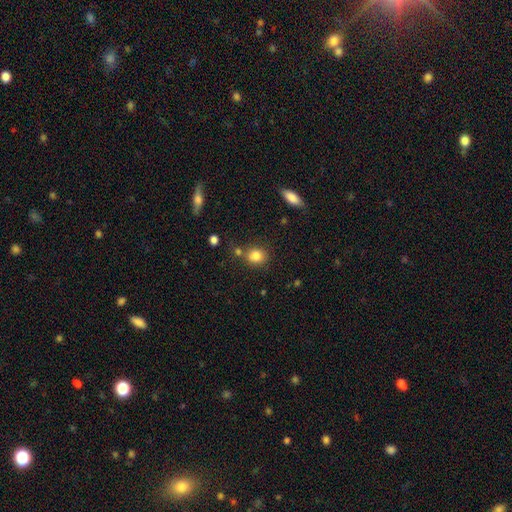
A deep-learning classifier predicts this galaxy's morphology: smooth_or_featured: smooth (p=0.83) [alt: star or artifact p=0.10]
how_rounded: round (p=0.69) [alt: in between p=0.30]
merging: none (p=0.72) [alt: merger p=0.13]